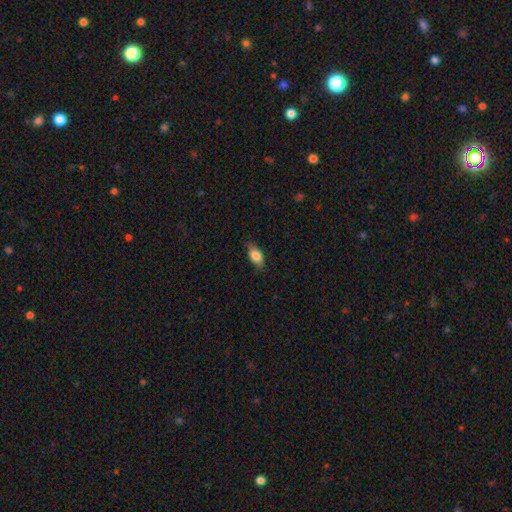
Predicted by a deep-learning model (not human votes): Smooth or featured: smooth — 82% (featured or disk — 11%)
How rounded: in between — 87% (cigar-shaped — 7%)
Merging: none — 79% (minor disturbance — 17%)